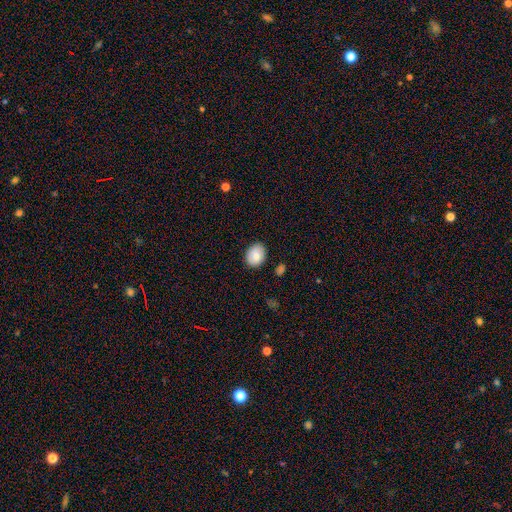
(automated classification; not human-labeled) Overall: smooth (81%). How rounded: in between (56%; round 43%). Merging: none (84%).